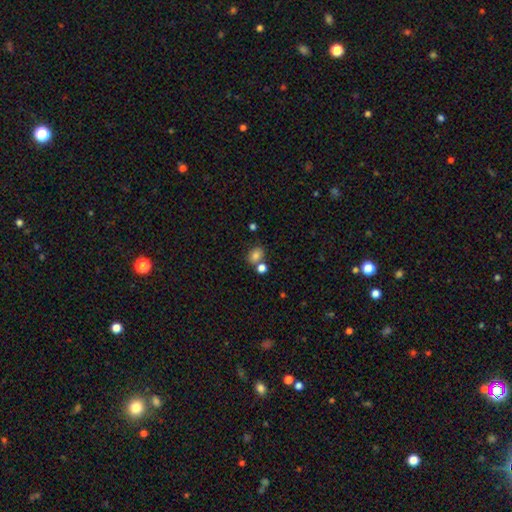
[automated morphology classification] A smooth galaxy with no disk features (79%) that is in between round and cigar-shaped (57%). Merging: none (60%).